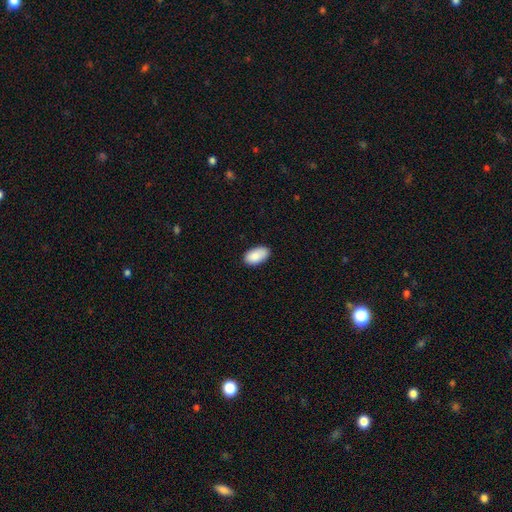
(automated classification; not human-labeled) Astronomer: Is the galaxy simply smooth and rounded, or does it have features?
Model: smooth — 88%.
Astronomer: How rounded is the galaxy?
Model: in between — 95%.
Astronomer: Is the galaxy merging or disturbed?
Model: none — 82%.